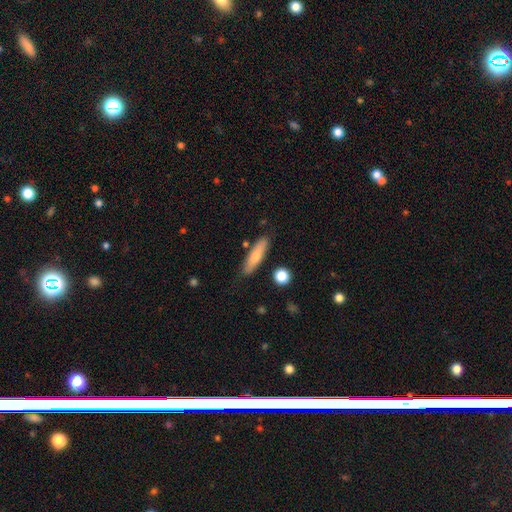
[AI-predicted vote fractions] smooth 77%, featured or disk 17%, star or artifact 6%. Down the decision tree: how rounded — cigar-shaped (74%); merging — none (82%).